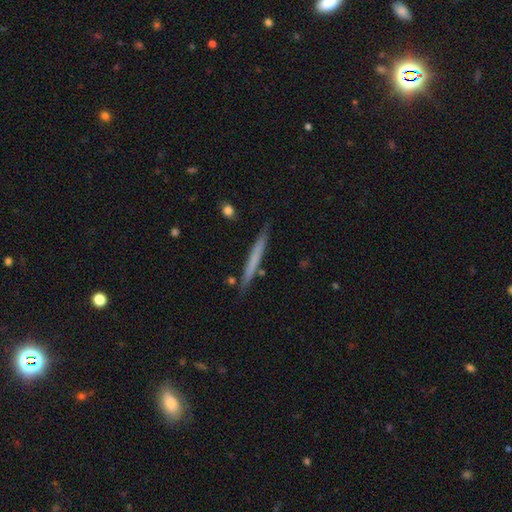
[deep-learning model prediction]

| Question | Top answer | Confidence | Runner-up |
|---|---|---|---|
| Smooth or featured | smooth | 55% | featured or disk (39%) |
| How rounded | cigar-shaped | 97% | in between (2%) |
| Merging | none | 87% | minor disturbance (9%) |